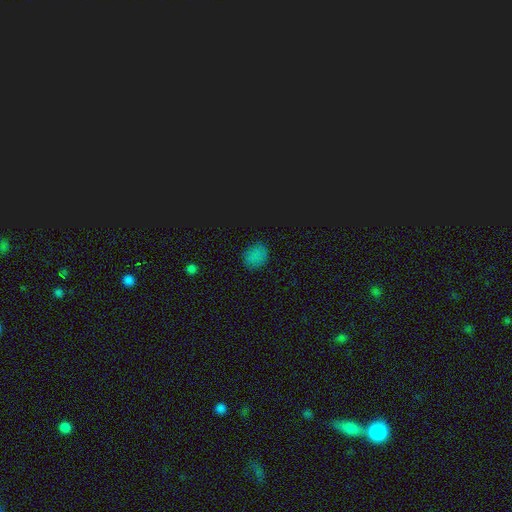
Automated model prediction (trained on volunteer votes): Smooth or featured? smooth (73%)
How rounded? round (51%)
Merging? none (83%)